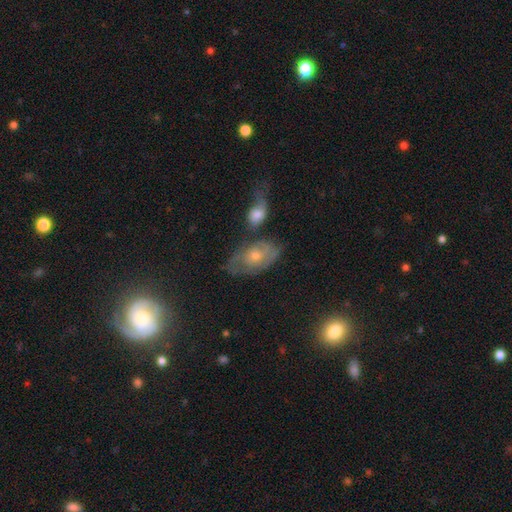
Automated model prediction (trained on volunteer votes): Q: Smooth or featured?
A: featured or disk (60%); runner-up: smooth (27%)
Q: Edge-on disk?
A: no (92%); runner-up: yes (8%)
Q: Bar?
A: no (81%); runner-up: weak (16%)
Q: Spiral arms?
A: yes (67%); runner-up: no (33%)
Q: Bulge size?
A: small (47%); runner-up: moderate (46%)
Q: Merging?
A: none (50%); runner-up: minor disturbance (22%)